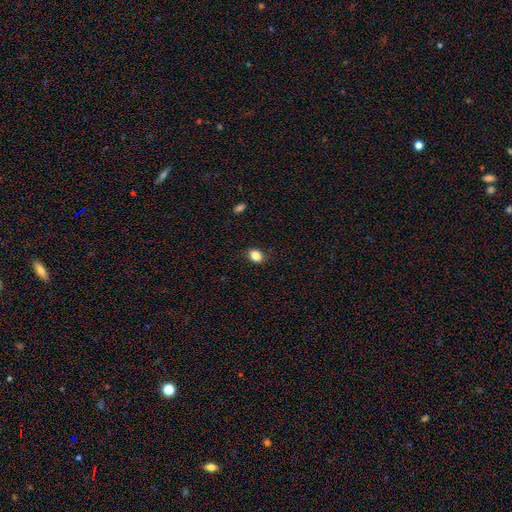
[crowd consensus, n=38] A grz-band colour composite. It shows a smooth galaxy with no disk features (82%) that is in between round and cigar-shaped (61%). Merging: none (91%).